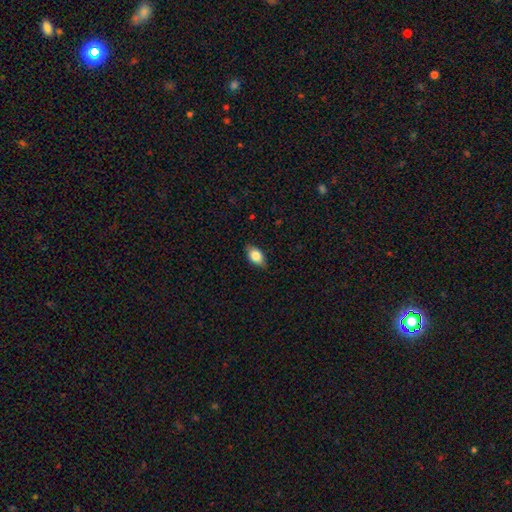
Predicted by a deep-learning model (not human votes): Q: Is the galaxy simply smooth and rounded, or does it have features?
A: smooth — 83%.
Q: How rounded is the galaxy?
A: in between — 89%.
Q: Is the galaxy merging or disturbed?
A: none — 84%.